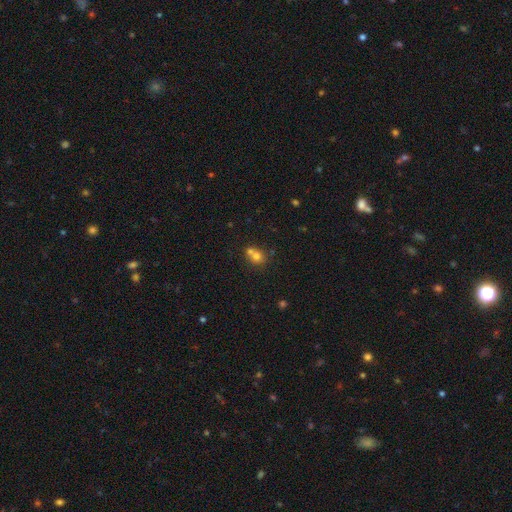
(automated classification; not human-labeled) Overall: smooth (70%). How rounded: round (77%). Merging: merger (51%; none 39%).